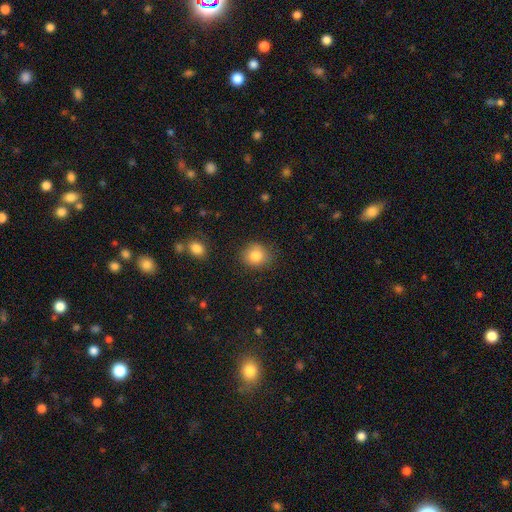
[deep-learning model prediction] Q: Smooth or featured?
A: smooth (83%); runner-up: star or artifact (10%)
Q: How rounded?
A: round (76%); runner-up: in between (23%)
Q: Merging?
A: none (81%); runner-up: minor disturbance (14%)